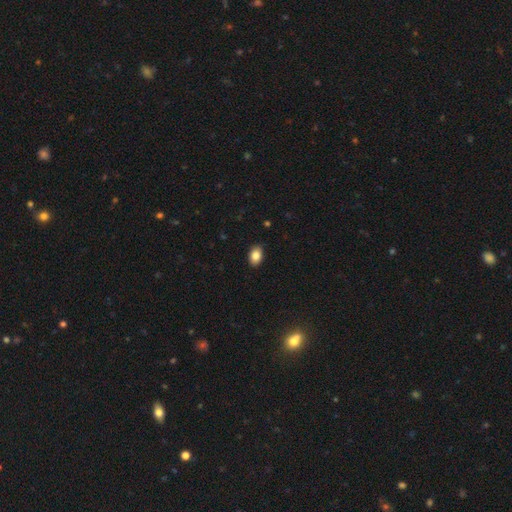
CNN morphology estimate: smooth-or-featured: smooth: 85% | star or artifact: 8% | featured or disk: 7%
  how-rounded: in between: 84% | round: 15% | cigar-shaped: 1%
  merging: none: 88% | minor disturbance: 9% | major disturbance: 2% | merger: 1%